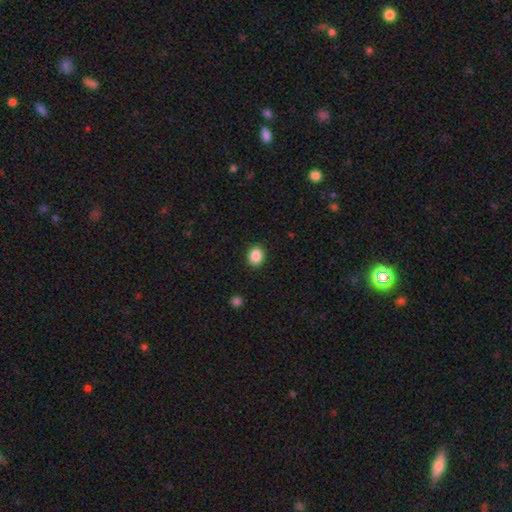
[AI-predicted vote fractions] Smooth or featured?
  - smooth: 87% *
  - star or artifact: 9%
  - featured or disk: 4%
How rounded?
  - round: 55% *
  - in between: 44%
  - cigar-shaped: 1%
Merging?
  - none: 90% *
  - minor disturbance: 7%
  - major disturbance: 2%
  - merger: 1%